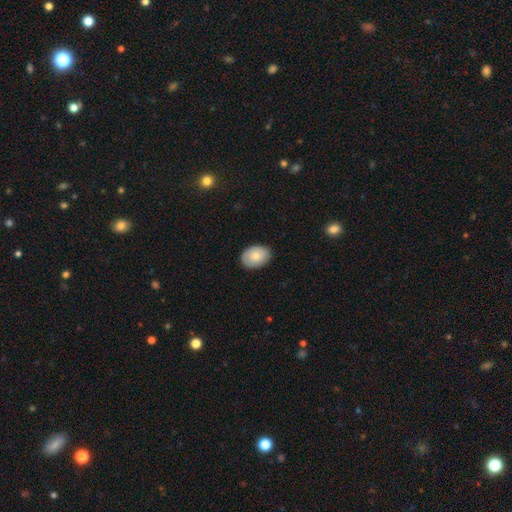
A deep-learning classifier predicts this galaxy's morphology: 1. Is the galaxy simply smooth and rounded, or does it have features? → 78% smooth, 16% featured or disk, 7% star or artifact.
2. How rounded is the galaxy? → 79% in between, 20% round, 1% cigar-shaped.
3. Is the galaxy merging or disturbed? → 86% none, 11% minor disturbance, 2% major disturbance, 1% merger.